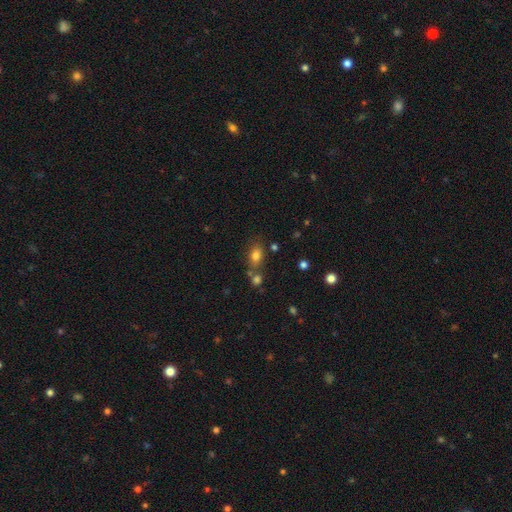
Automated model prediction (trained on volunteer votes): Overall: smooth (78%). How rounded: in between (76%). Merging: none (61%; merger 22%).